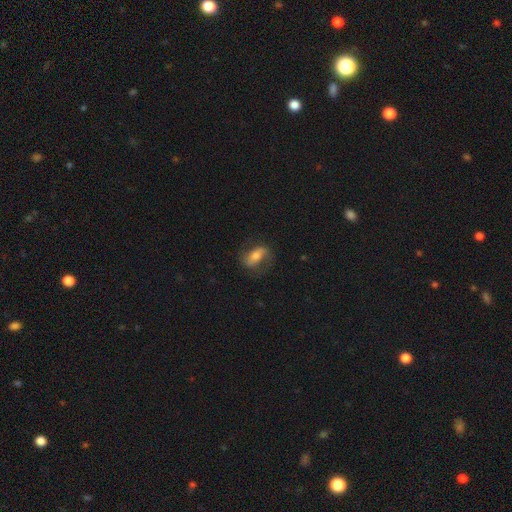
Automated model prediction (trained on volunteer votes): Morphology: type=featured or disk (51%); edge-on=no (90%); merging=none (68%).